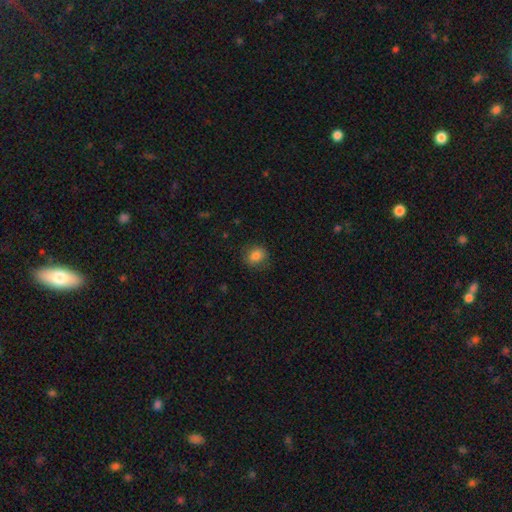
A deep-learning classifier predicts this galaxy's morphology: Smooth or featured? Predicted: smooth (p=0.83). How rounded? Predicted: round (p=0.69). Merging? Predicted: none (p=0.82).